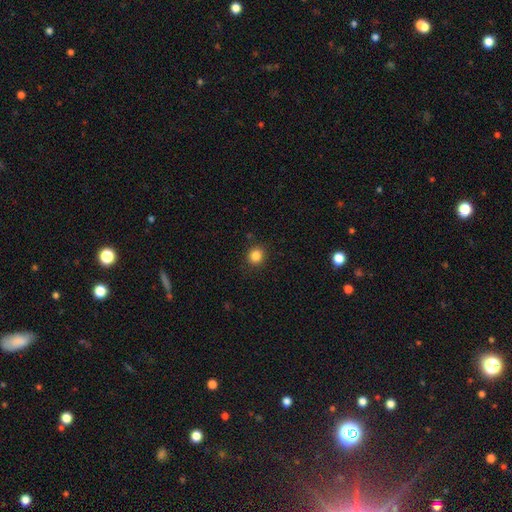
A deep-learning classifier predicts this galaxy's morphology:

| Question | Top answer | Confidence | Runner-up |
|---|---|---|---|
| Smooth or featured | smooth | 84% | star or artifact (11%) |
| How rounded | round | 85% | in between (15%) |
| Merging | none | 89% | minor disturbance (7%) |